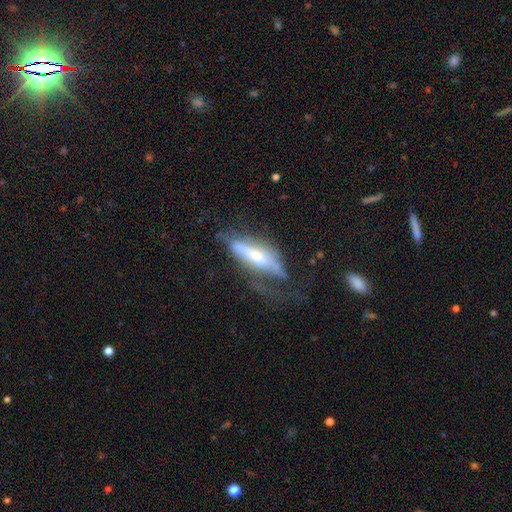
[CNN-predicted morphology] Smooth or featured: featured or disk — 58% (smooth — 35%)
Edge-on disk: yes — 59% (no — 41%)
Merging: none — 37% (major disturbance — 34%)